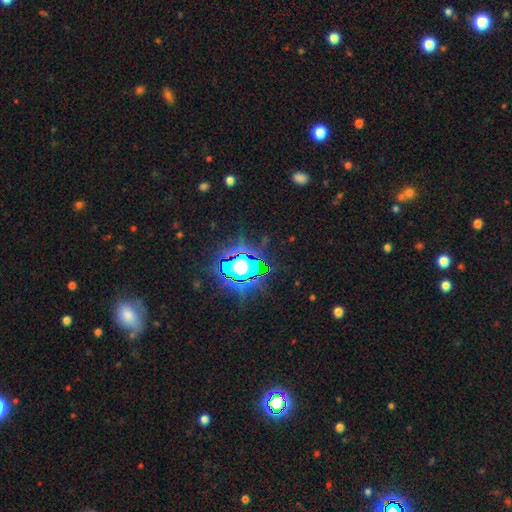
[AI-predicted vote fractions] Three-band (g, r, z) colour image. It shows a star or artifact, not a galaxy (83%).